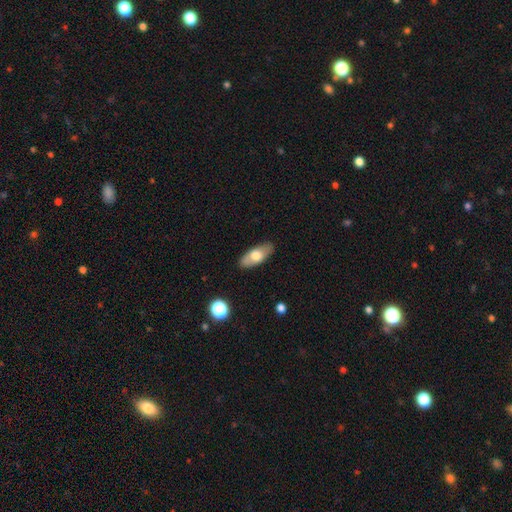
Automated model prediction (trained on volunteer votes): This appears to be a smooth galaxy with no disk features (65%) that is in between round and cigar-shaped (83%). Merging: none (86%).